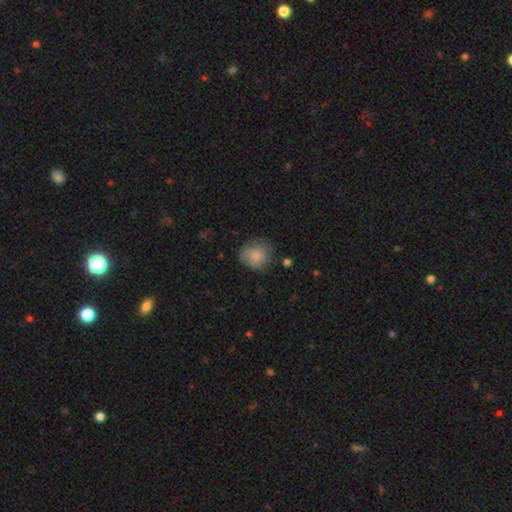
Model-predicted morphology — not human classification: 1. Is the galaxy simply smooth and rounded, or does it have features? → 82% smooth, 10% featured or disk, 7% star or artifact.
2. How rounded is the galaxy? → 85% round, 14% in between, 1% cigar-shaped.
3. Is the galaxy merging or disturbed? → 71% none, 21% minor disturbance, 6% major disturbance, 2% merger.